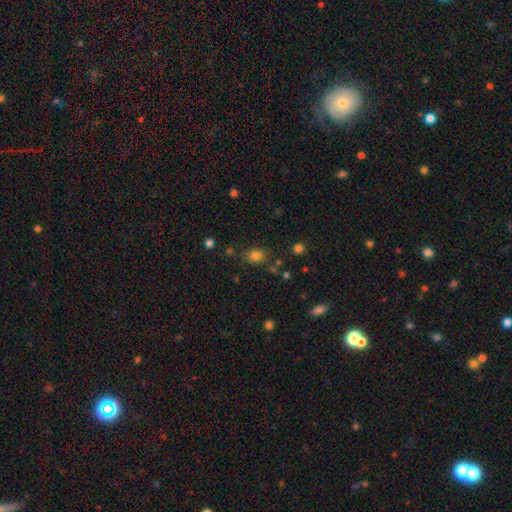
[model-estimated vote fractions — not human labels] A smooth galaxy with no disk features (80%) that is in between round and cigar-shaped (57%).

Vote fractions:
- Smooth or featured? smooth: 80% / star or artifact: 15% / featured or disk: 5%
- How rounded? in between: 57% / round: 42% / cigar-shaped: 1%
- Merging? none: 76% / minor disturbance: 14% / major disturbance: 5% / merger: 5%